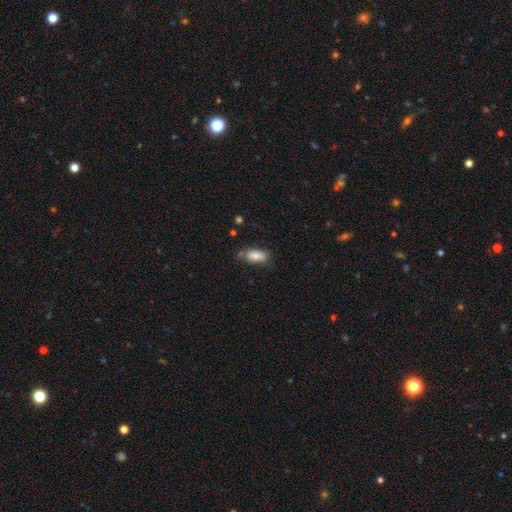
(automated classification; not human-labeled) Morphology: type=smooth (82%); roundness=in between (87%); merging=none (67%).